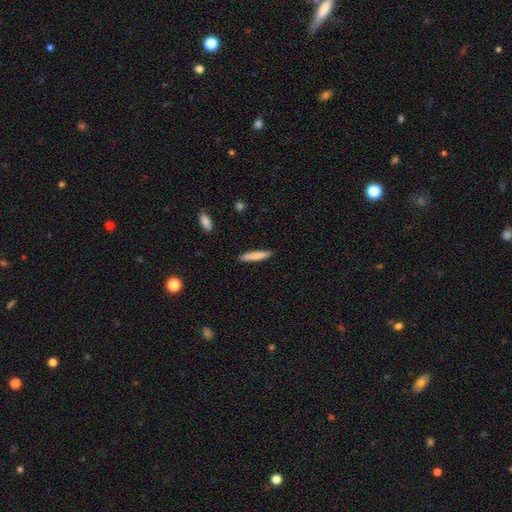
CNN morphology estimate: Overall: smooth (77%). How rounded: cigar-shaped (90%). Merging: none (88%).